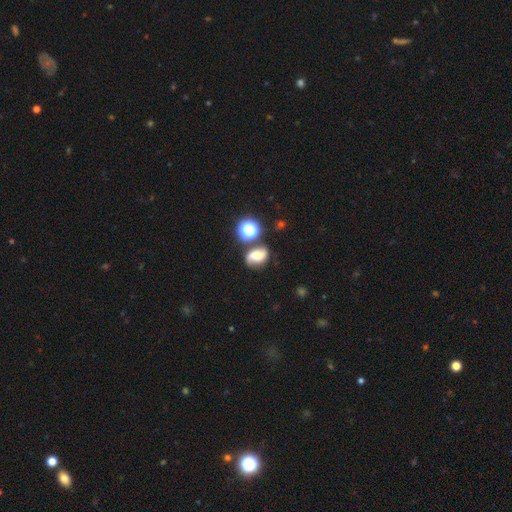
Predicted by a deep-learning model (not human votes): A smooth galaxy with no disk features (45%). Merging: none (57%).